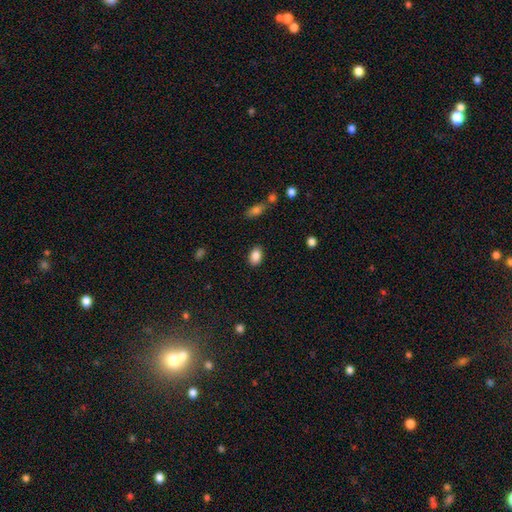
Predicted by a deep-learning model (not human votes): smooth_or_featured: smooth (p=0.87) [alt: star or artifact p=0.08]
how_rounded: in between (p=0.83) [alt: round p=0.16]
merging: none (p=0.87) [alt: minor disturbance p=0.09]